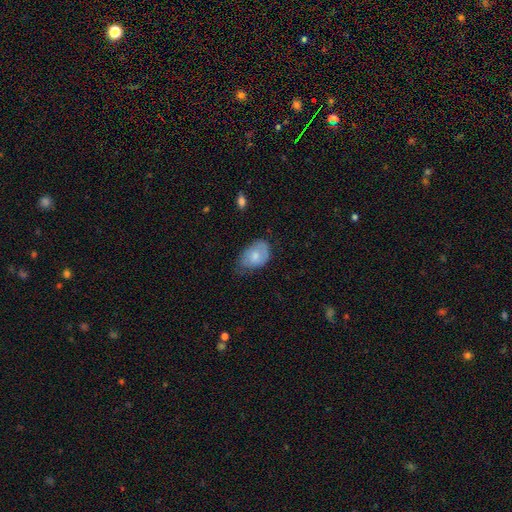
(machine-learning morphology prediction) Smooth or featured? smooth (68%)
How rounded? in between (84%)
Merging? none (42%, tied with minor disturbance)